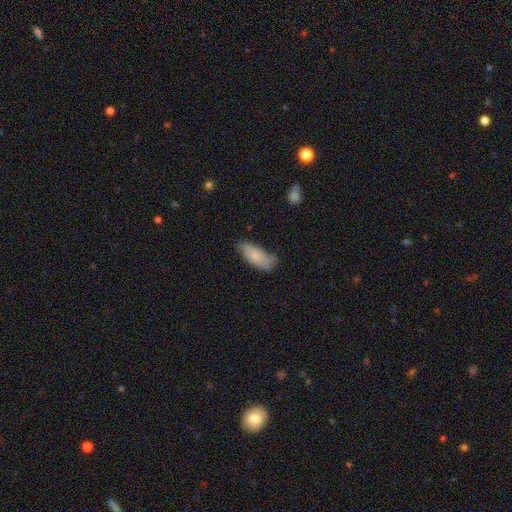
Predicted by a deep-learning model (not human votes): Morphology: type=smooth (76%); roundness=in between (83%); merging=none (59%).